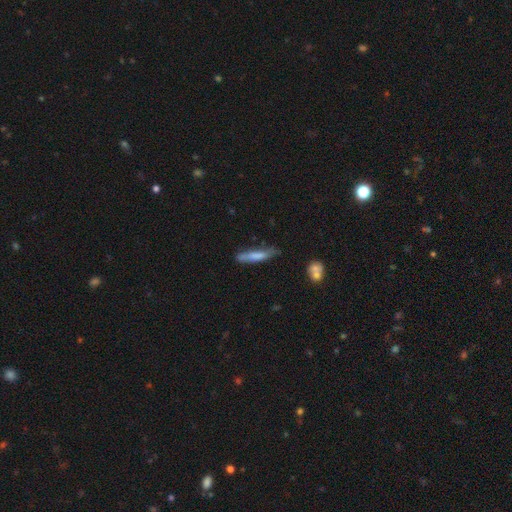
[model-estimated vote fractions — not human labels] Overall: smooth (67%; featured or disk 27%). How rounded: cigar-shaped (87%). Merging: none (64%; minor disturbance 26%).